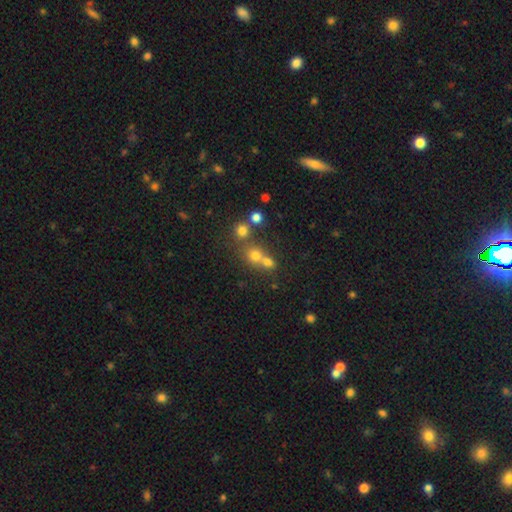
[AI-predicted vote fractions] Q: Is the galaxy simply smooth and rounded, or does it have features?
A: smooth — 63%.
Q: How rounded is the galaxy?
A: round — 82%.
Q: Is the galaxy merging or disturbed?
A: merger — 49%.